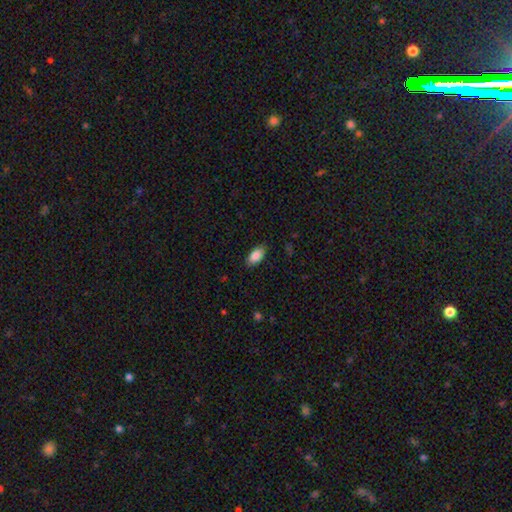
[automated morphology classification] smooth-or-featured: smooth: 87% | star or artifact: 7% | featured or disk: 6%
  how-rounded: in between: 93% | cigar-shaped: 4% | round: 3%
  merging: none: 87% | minor disturbance: 10% | major disturbance: 2% | merger: 1%